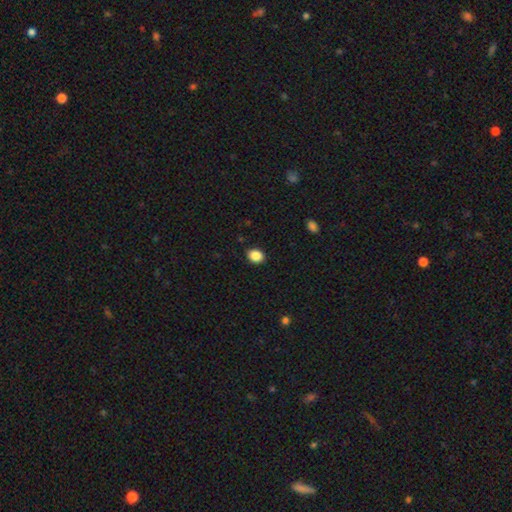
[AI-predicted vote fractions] A smooth galaxy with no disk features (88%) that is in between round and cigar-shaped (52%).

Vote fractions:
- Smooth or featured? smooth: 88% / star or artifact: 9% / featured or disk: 3%
- How rounded? in between: 52% / round: 47% / cigar-shaped: 1%
- Merging? none: 89% / minor disturbance: 8% / major disturbance: 2% / merger: 1%